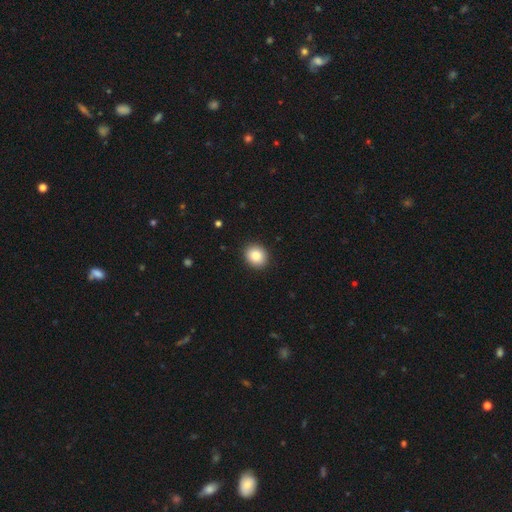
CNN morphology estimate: Smooth or featured? Predicted: smooth (p=0.86). How rounded? Predicted: round (p=0.75). Merging? Predicted: none (p=0.91).